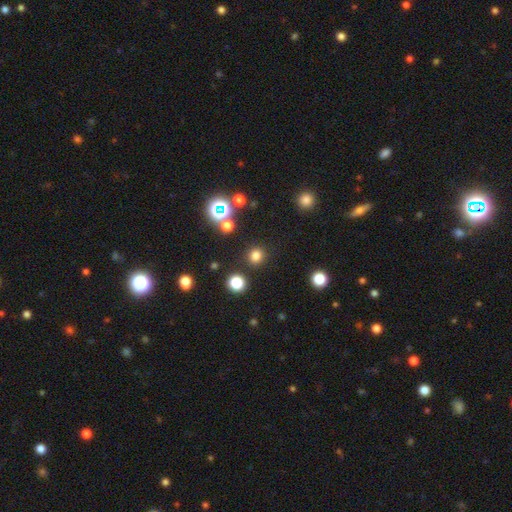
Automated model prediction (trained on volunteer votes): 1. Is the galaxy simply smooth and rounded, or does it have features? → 75% smooth, 20% star or artifact, 5% featured or disk.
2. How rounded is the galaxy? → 92% round, 7% in between, 1% cigar-shaped.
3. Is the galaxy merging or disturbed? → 88% none, 6% minor disturbance, 3% merger, 3% major disturbance.